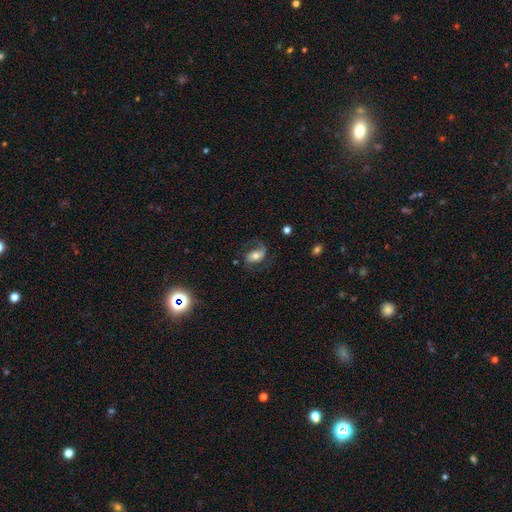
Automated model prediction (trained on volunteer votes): Smooth or featured? Predicted: featured or disk (p=0.61). Edge-on disk? Predicted: no (p=0.95). Bar? Predicted: no (p=0.50). Spiral arms? Predicted: yes (p=0.88). Spiral winding? Predicted: loose (p=0.45). Spiral arm count? Predicted: 2 (p=0.65). Bulge size? Predicted: moderate (p=0.63). Merging? Predicted: none (p=0.60).